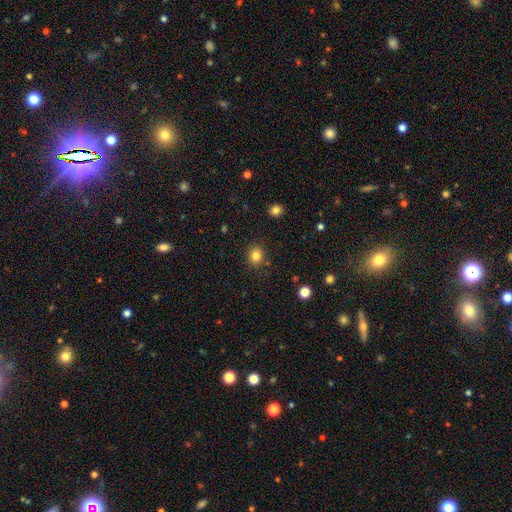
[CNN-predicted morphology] Smooth or featured?
  - smooth: 83% *
  - star or artifact: 12%
  - featured or disk: 5%
How rounded?
  - round: 77% *
  - in between: 22%
  - cigar-shaped: 1%
Merging?
  - none: 87% *
  - minor disturbance: 9%
  - major disturbance: 3%
  - merger: 2%